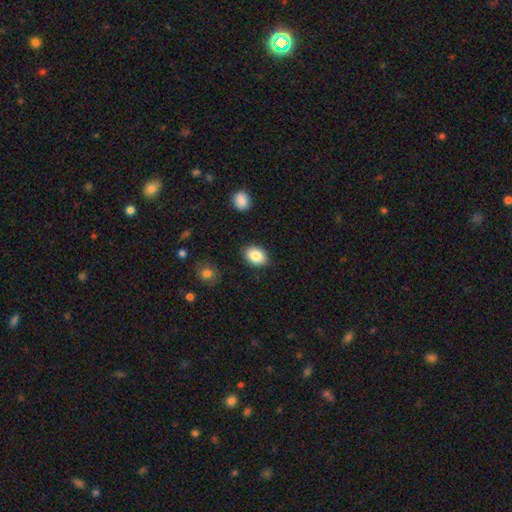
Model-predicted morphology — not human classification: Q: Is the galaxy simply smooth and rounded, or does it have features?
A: smooth — 86%.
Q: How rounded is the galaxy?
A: in between — 77%.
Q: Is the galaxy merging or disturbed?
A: none — 87%.